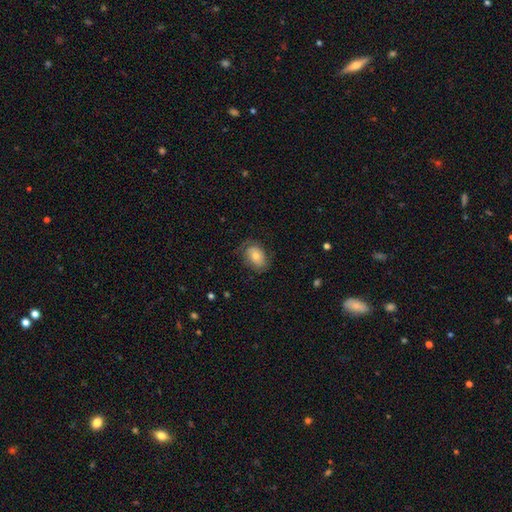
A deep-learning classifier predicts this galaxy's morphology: type=smooth (58%); roundness=in between (77%); merging=none (62%).